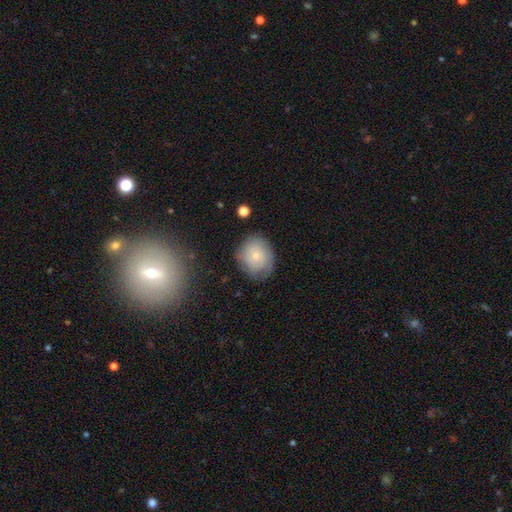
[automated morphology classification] Smooth or featured? smooth (58%)
How rounded? round (66%)
Merging? none (71%)